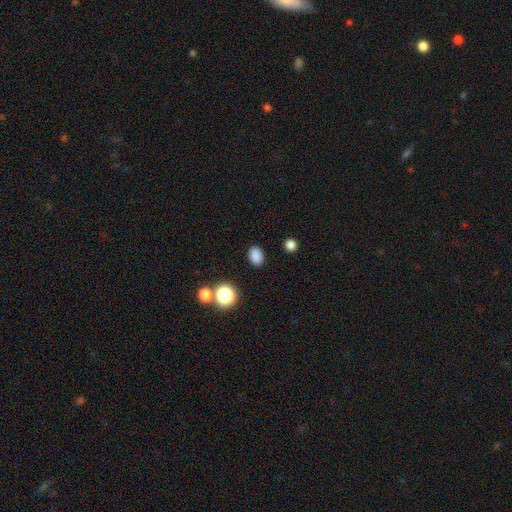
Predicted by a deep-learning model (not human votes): smooth_or_featured: smooth (p=0.85) [alt: star or artifact p=0.12]
how_rounded: in between (p=0.75) [alt: round p=0.24]
merging: none (p=0.87) [alt: minor disturbance p=0.08]